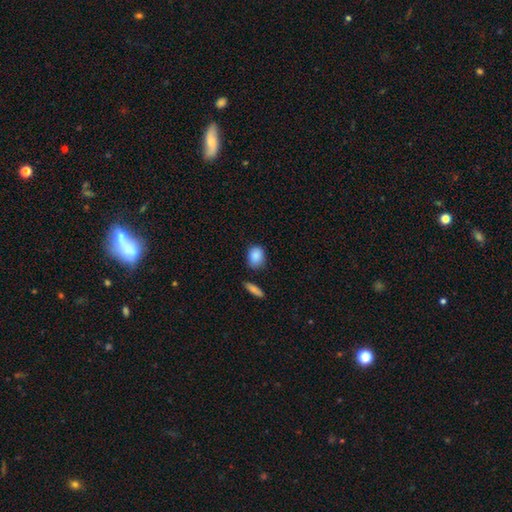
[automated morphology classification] Smooth or featured? smooth (88%)
How rounded? in between (55%)
Merging? none (72%)